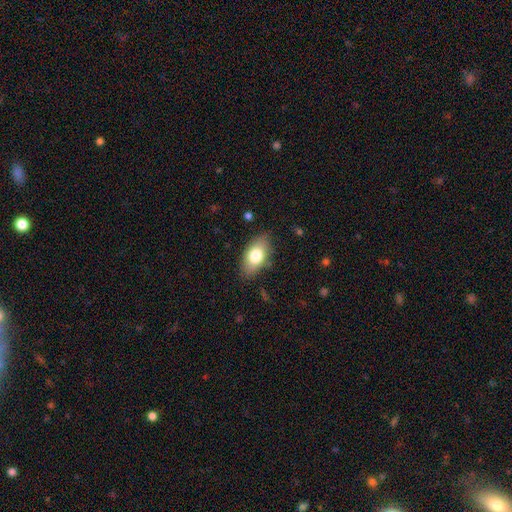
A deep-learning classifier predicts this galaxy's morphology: smooth_or_featured: smooth (p=0.77) [alt: featured or disk p=0.16]
how_rounded: in between (p=0.92) [alt: round p=0.05]
merging: none (p=0.83) [alt: minor disturbance p=0.13]